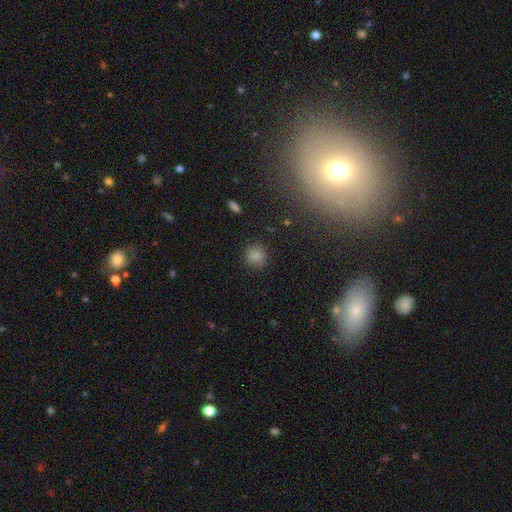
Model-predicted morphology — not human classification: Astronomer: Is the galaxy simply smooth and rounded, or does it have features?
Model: smooth — 82%.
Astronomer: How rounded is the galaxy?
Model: round — 89%.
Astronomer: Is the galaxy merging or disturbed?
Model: none — 88%.